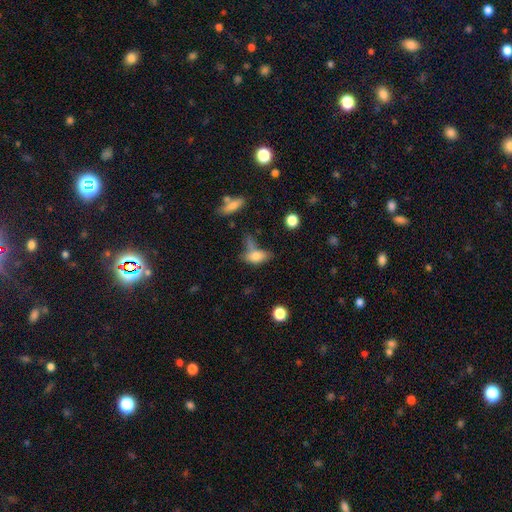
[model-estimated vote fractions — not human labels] Morphology: type=smooth (76%); roundness=in between (86%); merging=none (36%).